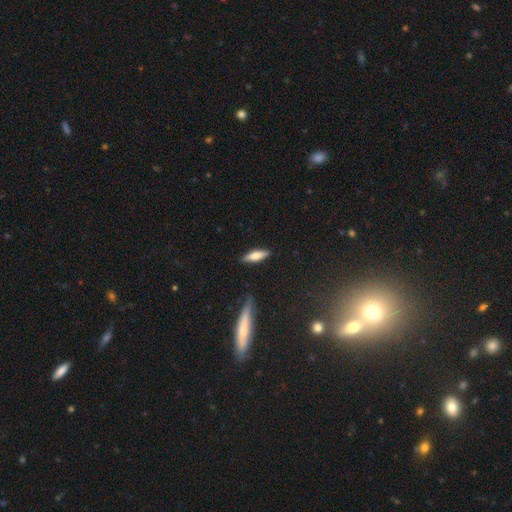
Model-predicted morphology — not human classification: Q: Smooth or featured?
A: smooth (70%); runner-up: featured or disk (24%)
Q: How rounded?
A: cigar-shaped (55%); runner-up: in between (43%)
Q: Merging?
A: none (86%); runner-up: minor disturbance (10%)